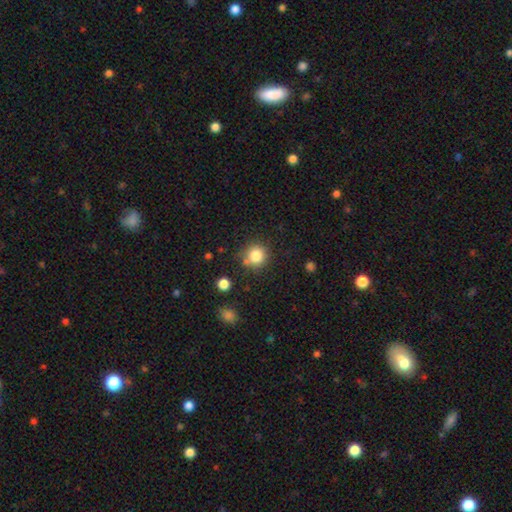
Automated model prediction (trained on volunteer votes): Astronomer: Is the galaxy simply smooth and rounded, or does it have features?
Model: smooth — 82%.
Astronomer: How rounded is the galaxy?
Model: round — 92%.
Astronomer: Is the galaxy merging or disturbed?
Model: none — 75%.